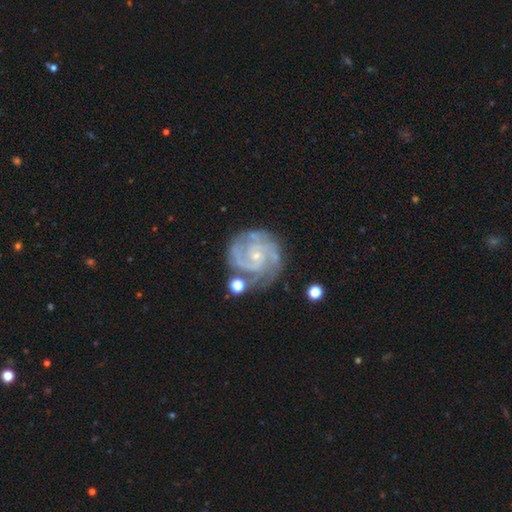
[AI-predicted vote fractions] The model was most divided on "spiral arm count": 2: 43%, 3: 28%, can't tell: 12%, 4: 8%, 1: 5%, more than 4: 5%. More confident: edge-on disk — no (98%); spiral arms — yes (98%); smooth or featured — featured or disk (90%); bulge size — small (83%); merging — none (72%); bar — no (71%); spiral winding — tight (66%).